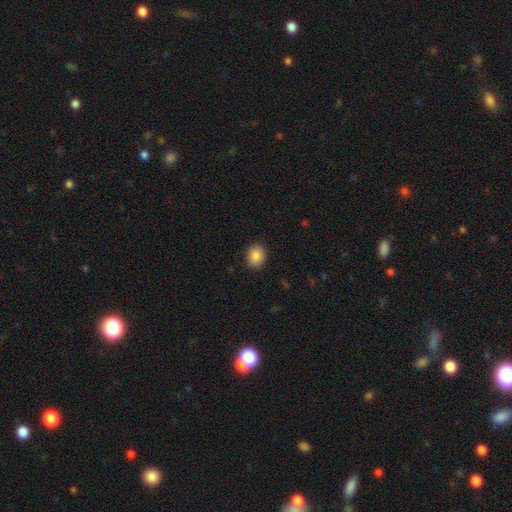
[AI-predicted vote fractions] Smooth or featured? Predicted: smooth (p=0.87). How rounded? Predicted: in between (p=0.51). Merging? Predicted: none (p=0.89).